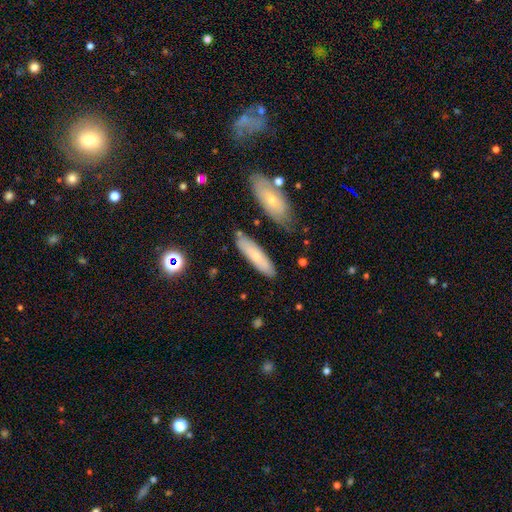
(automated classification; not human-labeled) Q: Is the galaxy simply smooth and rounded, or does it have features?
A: smooth — 66%.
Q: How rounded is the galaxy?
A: cigar-shaped — 61%.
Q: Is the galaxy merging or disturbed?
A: none — 77%.